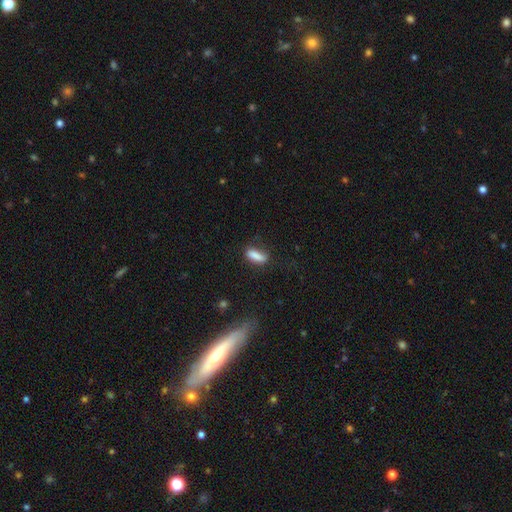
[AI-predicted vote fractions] Smooth or featured: smooth — 83% (featured or disk — 9%)
How rounded: in between — 49% (cigar-shaped — 48%)
Merging: none — 69% (minor disturbance — 20%)